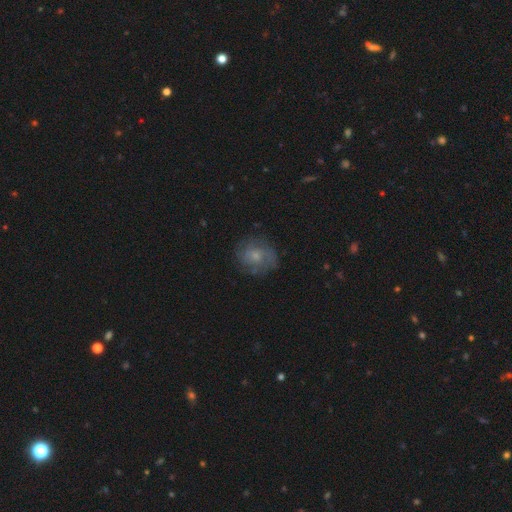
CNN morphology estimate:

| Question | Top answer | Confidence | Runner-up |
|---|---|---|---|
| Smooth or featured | featured or disk | 50% | smooth (40%) |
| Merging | none | 72% | minor disturbance (18%) |